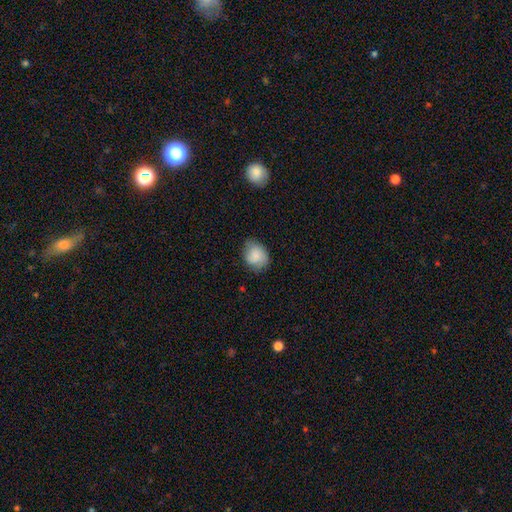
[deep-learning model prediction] smooth_or_featured: smooth (p=0.81) [alt: featured or disk p=0.12]
how_rounded: round (p=0.56) [alt: in between p=0.43]
merging: none (p=0.67) [alt: minor disturbance p=0.26]